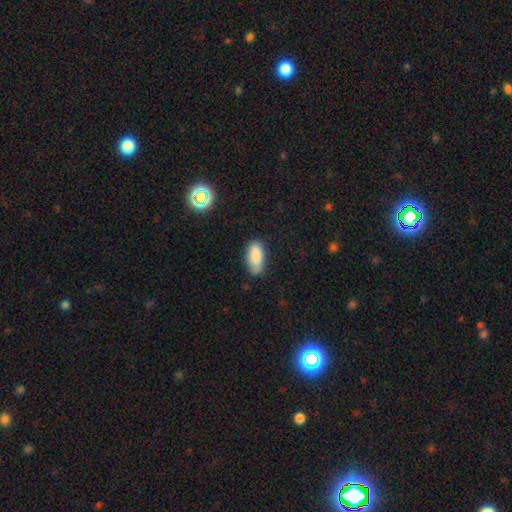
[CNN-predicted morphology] Overall: smooth (86%). How rounded: in between (86%). Merging: none (76%).